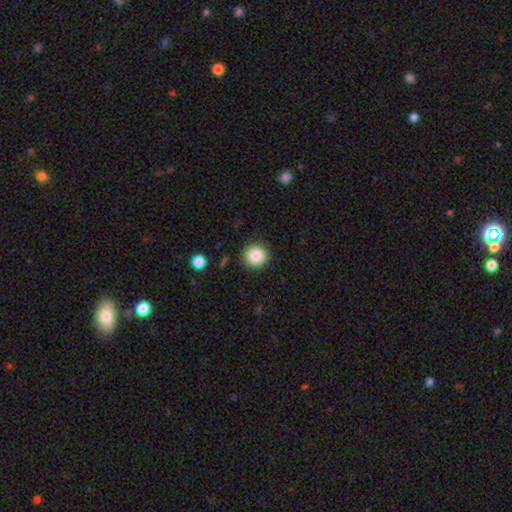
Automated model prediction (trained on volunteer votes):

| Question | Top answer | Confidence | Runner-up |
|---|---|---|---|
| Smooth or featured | smooth | 86% | star or artifact (9%) |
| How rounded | round | 94% | in between (5%) |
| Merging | none | 90% | minor disturbance (7%) |